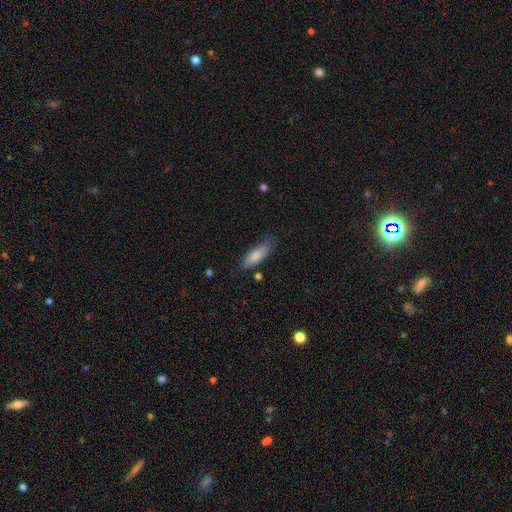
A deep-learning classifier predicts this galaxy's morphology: This is clearly a smooth galaxy (84%). How rounded: likely in between (66%). Merging: likely none (68%).